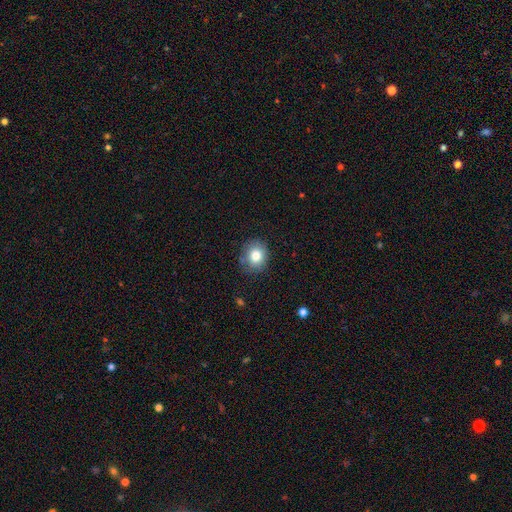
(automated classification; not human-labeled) Smooth or featured: smooth — 81% (star or artifact — 10%)
How rounded: round — 76% (in between — 23%)
Merging: none — 80% (minor disturbance — 15%)